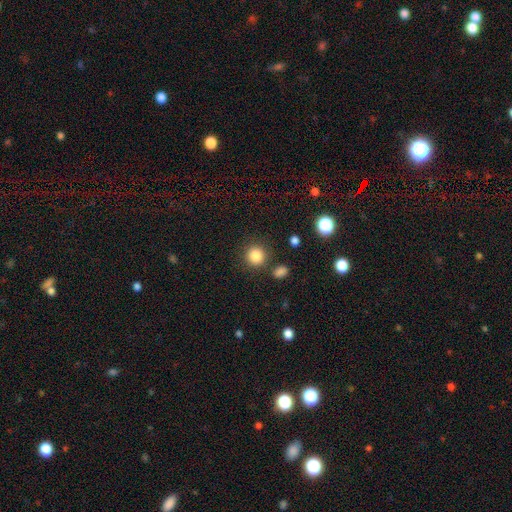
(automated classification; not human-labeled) A smooth galaxy with no disk features (86%) that is round (91%). Merging: none (83%).